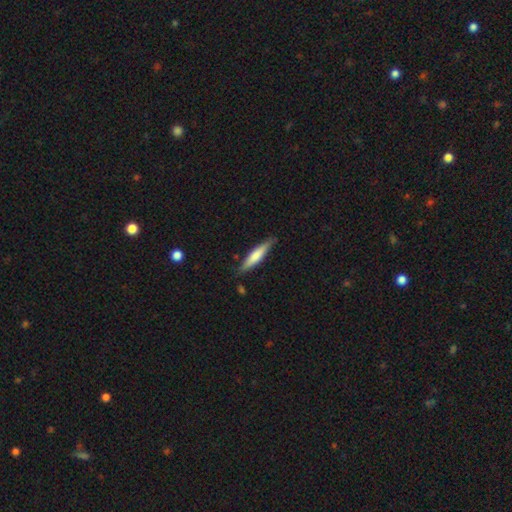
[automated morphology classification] A smooth galaxy with no disk features (59%) that is cigar-shaped (83%). Merging: none (83%).